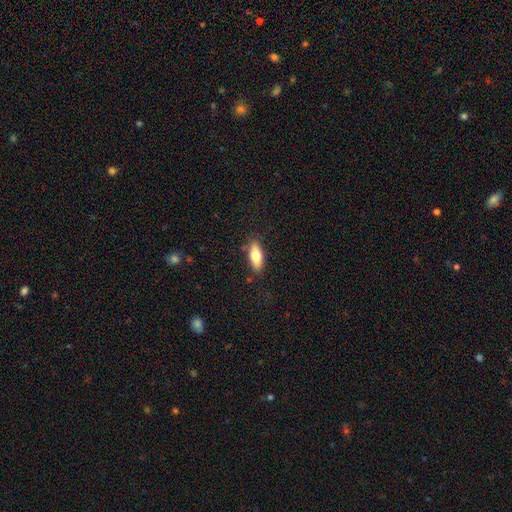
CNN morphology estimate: A smooth galaxy with no disk features (71%) that is in between round and cigar-shaped (68%). Merging: none (83%).